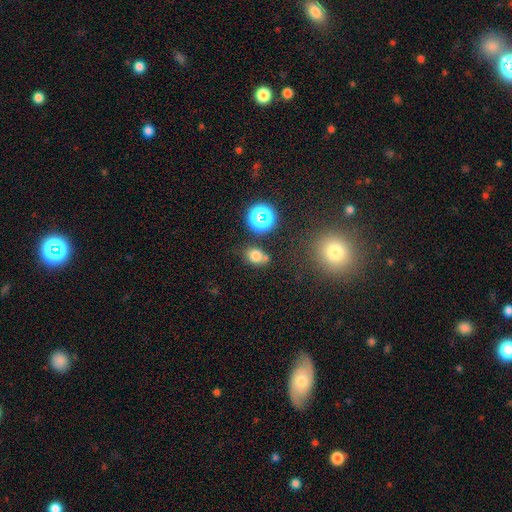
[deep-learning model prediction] Overall: smooth (72%). How rounded: in between (53%; round 46%). Merging: none (62%).